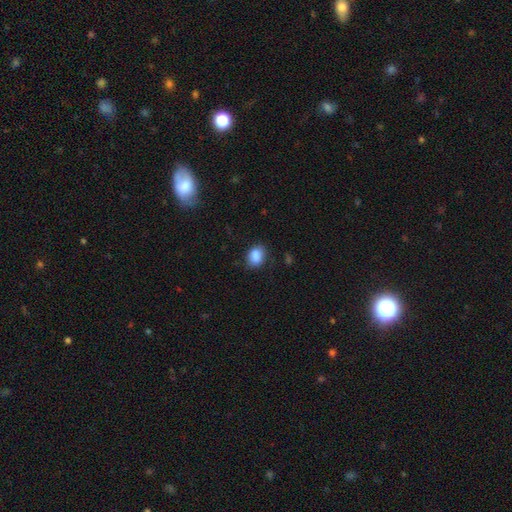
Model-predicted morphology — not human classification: This is clearly a smooth galaxy (87%). How rounded: likely in between (66%). Merging: likely none (77%).